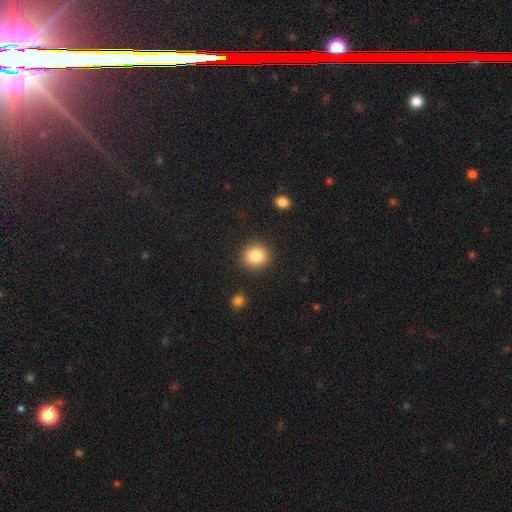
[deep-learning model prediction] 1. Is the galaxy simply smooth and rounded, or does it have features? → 84% smooth, 10% star or artifact, 6% featured or disk.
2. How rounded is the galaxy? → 88% round, 11% in between, 1% cigar-shaped.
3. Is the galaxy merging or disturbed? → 90% none, 6% minor disturbance, 2% major disturbance, 2% merger.